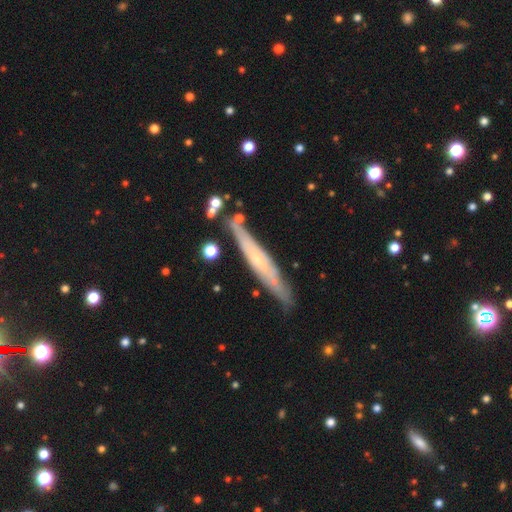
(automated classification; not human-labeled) A featured or disk galaxy (63%) viewed edge-on (84%) with no central bulge (52%).

Vote fractions:
- Smooth or featured? featured or disk: 63% / smooth: 31% / star or artifact: 7%
- Edge-on disk? yes: 84% / no: 16%
- Edge-on bulge? none: 52% / rounded: 43% / boxy: 4%
- Merging? none: 82% / minor disturbance: 12% / merger: 3% / major disturbance: 2%